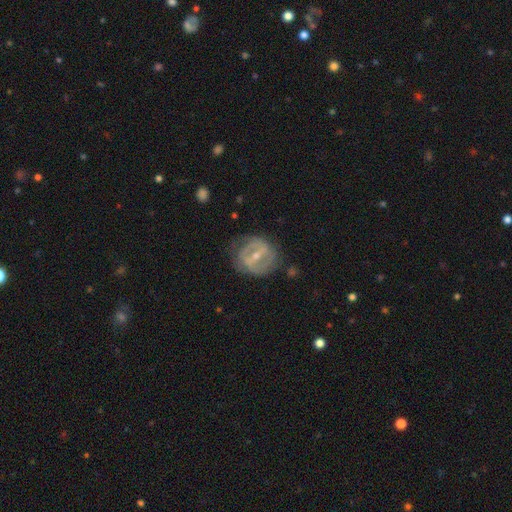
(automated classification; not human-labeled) Morphology: type=featured or disk (78%); edge-on=no (95%); bar=strong (54%); spiral arms=yes (67%); bulge=small (55%); merging=none (69%).